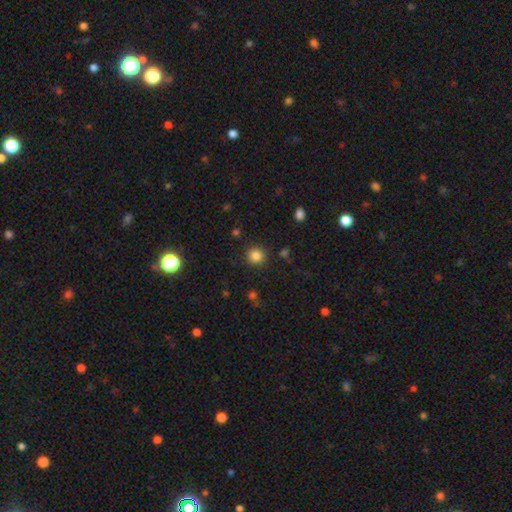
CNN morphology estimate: smooth_or_featured: smooth (p=0.83) [alt: star or artifact p=0.12]
how_rounded: round (p=0.93) [alt: in between p=0.06]
merging: none (p=0.89) [alt: minor disturbance p=0.07]